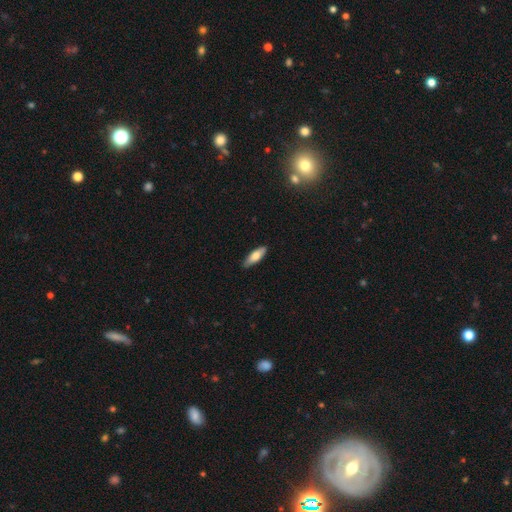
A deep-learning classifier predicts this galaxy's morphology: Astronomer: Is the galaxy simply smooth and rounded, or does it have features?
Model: smooth — 74%.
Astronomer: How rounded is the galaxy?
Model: in between — 56% (runner-up: cigar-shaped, 42%).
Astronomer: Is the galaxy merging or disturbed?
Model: none — 85%.